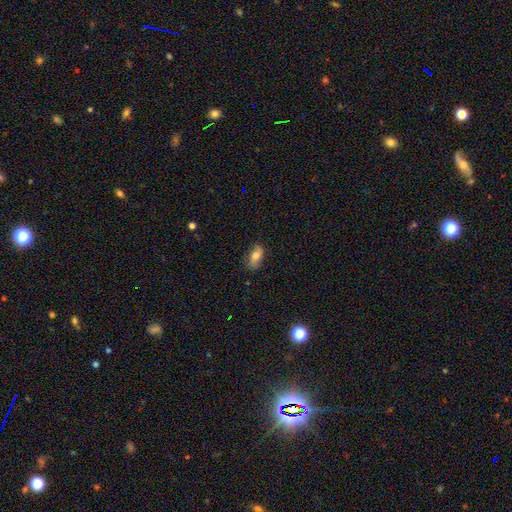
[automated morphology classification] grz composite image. It shows a smooth galaxy with no disk features (71%) that is in between round and cigar-shaped (87%). Merging: none (71%).